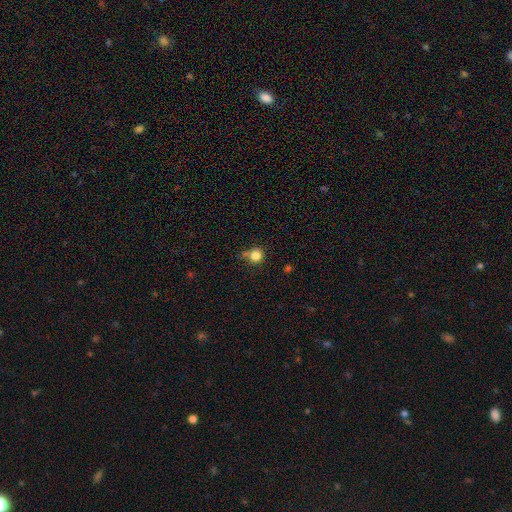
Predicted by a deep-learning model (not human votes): smooth-or-featured: smooth: 83% | star or artifact: 11% | featured or disk: 6%
  how-rounded: round: 91% | in between: 8% | cigar-shaped: 1%
  merging: none: 59% | minor disturbance: 22% | merger: 11% | major disturbance: 7%